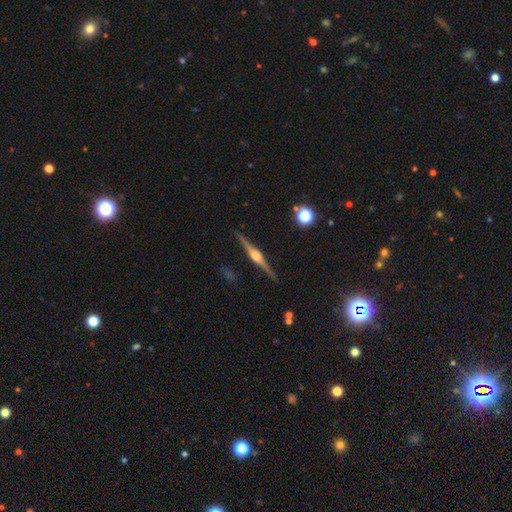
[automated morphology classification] Smooth or featured? featured or disk (86%)
Edge-on disk? yes (98%)
Edge-on bulge? rounded (84%)
Merging? none (91%)